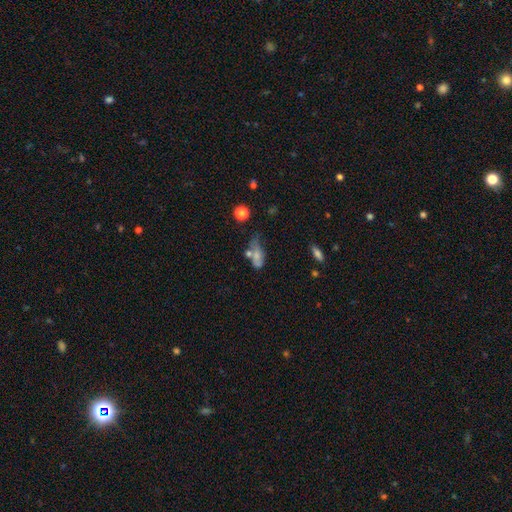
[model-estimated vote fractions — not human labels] smooth-or-featured: smooth: 62% | featured or disk: 27% | star or artifact: 11%
  how-rounded: in between: 78% | cigar-shaped: 15% | round: 7%
  merging: none: 28% | merger: 27% | minor disturbance: 24% | major disturbance: 21%